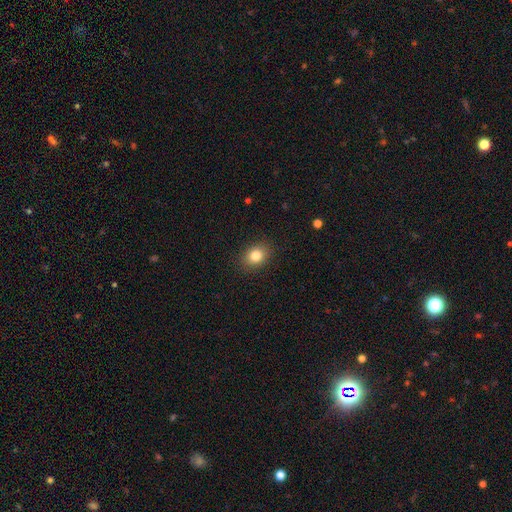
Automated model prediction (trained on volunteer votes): Smooth or featured? smooth (82%)
How rounded? in between (54%)
Merging? none (89%)